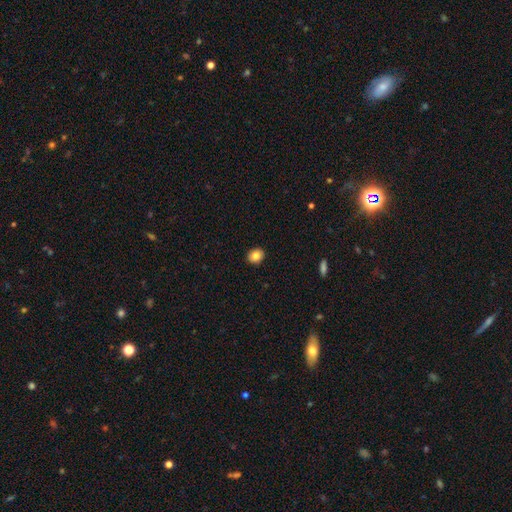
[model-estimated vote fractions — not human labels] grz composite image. It shows a smooth galaxy with no disk features (84%) that is round (67%). Merging: none (91%).